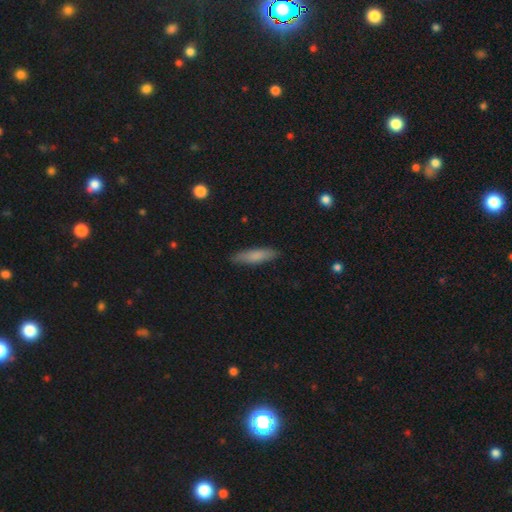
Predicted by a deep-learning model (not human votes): Smooth or featured? smooth (77%)
How rounded? cigar-shaped (79%)
Merging? none (88%)